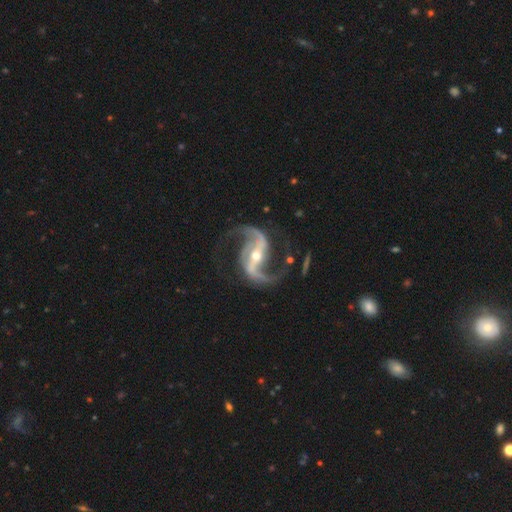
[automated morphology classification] A featured or disk galaxy (94%) with a strong bar (58%), 2 (94%) loose (58%) spiral arms (98%) and a small central bulge (52%). Merging: none (76%).